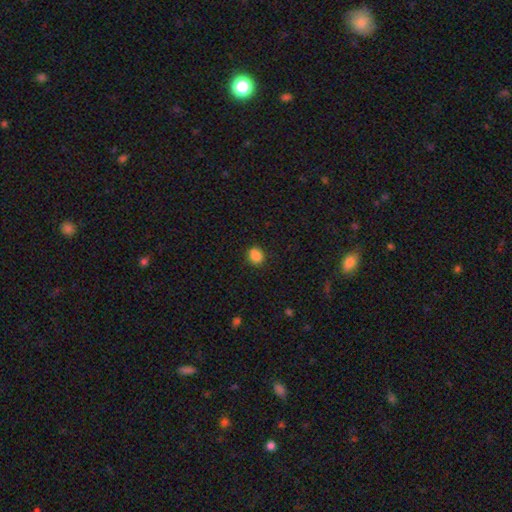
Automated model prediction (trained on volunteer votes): Smooth or featured? Predicted: smooth (p=0.85). How rounded? Predicted: round (p=0.64). Merging? Predicted: none (p=0.81).